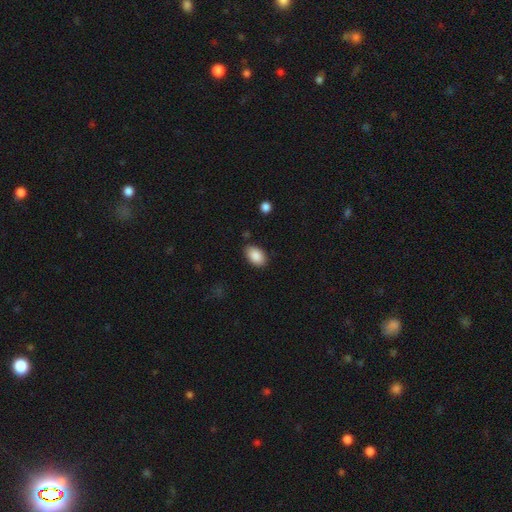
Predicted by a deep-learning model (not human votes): Q: Smooth or featured?
A: smooth (89%); runner-up: star or artifact (7%)
Q: How rounded?
A: in between (92%); runner-up: round (7%)
Q: Merging?
A: none (85%); runner-up: minor disturbance (11%)